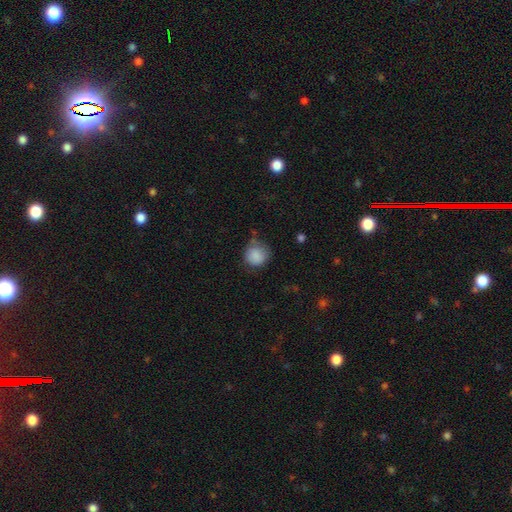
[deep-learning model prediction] Q: Smooth or featured?
A: smooth (86%); runner-up: star or artifact (8%)
Q: How rounded?
A: round (88%); runner-up: in between (11%)
Q: Merging?
A: none (60%); runner-up: minor disturbance (28%)